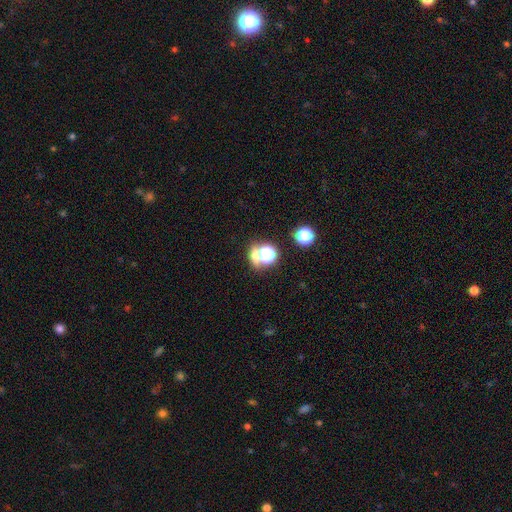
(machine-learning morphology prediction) Overall: smooth (48%; star or artifact 41%). Merging: none (63%).